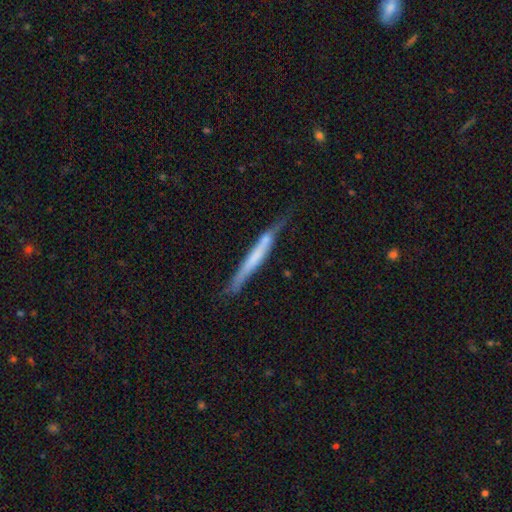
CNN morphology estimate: The model was most divided on "smooth or featured": featured or disk: 51%, smooth: 43%, star or artifact: 6%. More confident: edge-on disk — yes (93%); merging — none (67%).